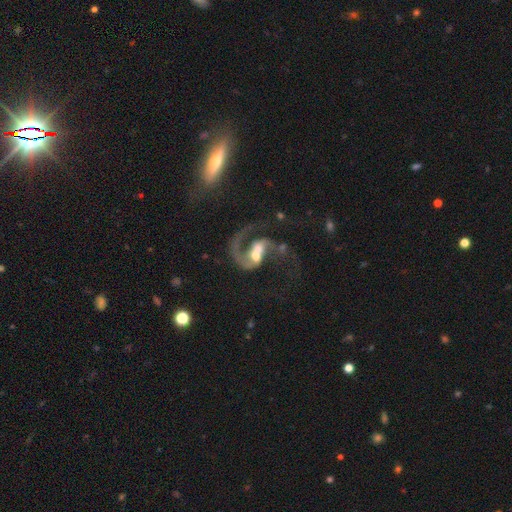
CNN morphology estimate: The model was most divided on "bar": weak: 41%, no: 32%, strong: 27%. Remaining: edge-on disk — no (97%); spiral arms — yes (96%); smooth or featured — featured or disk (89%); spiral arm count — 2 (82%); merging — none (51%); bulge size — moderate (51%); spiral winding — medium (49%).